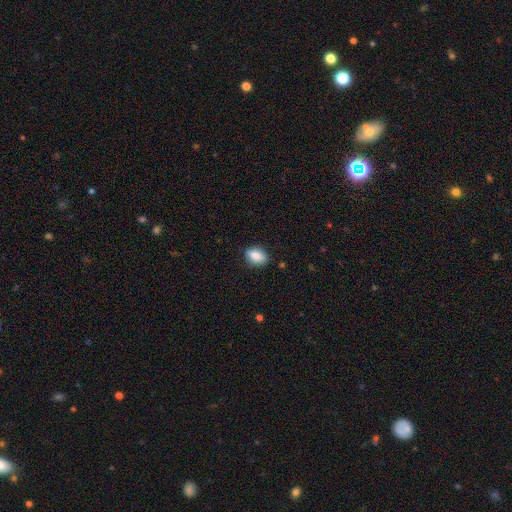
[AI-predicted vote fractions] Morphology: type=smooth (83%); roundness=in between (81%); merging=none (84%).